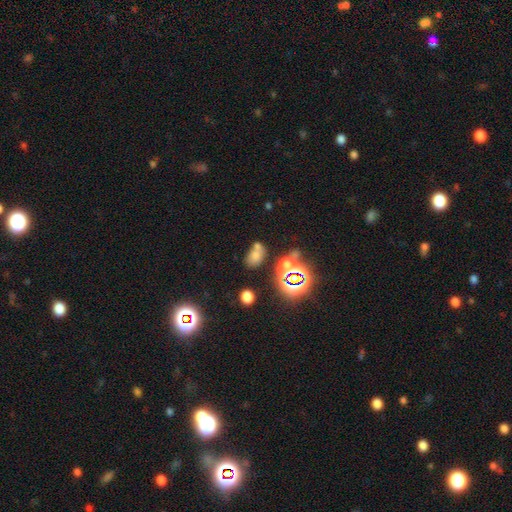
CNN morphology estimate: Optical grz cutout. It shows a smooth galaxy with no disk features (59%) that is in between round and cigar-shaped (80%). Merging: none (47%).